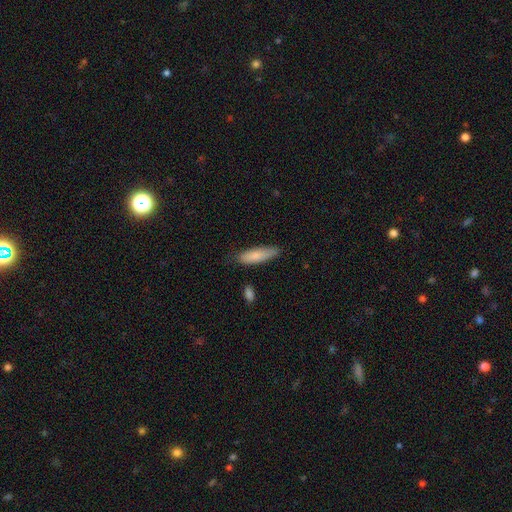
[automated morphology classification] Smooth or featured: smooth — 83% (featured or disk — 11%)
How rounded: cigar-shaped — 58% (in between — 40%)
Merging: none — 73% (minor disturbance — 21%)